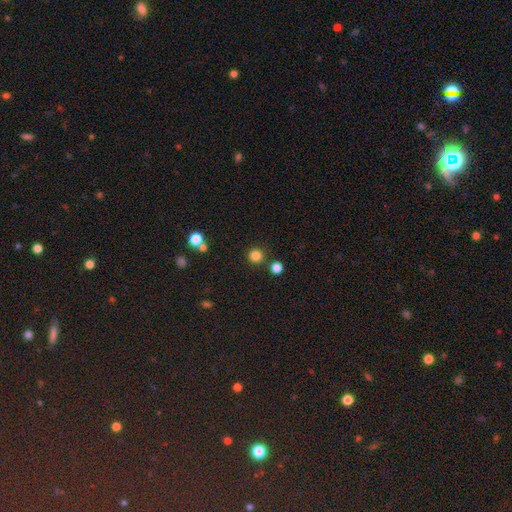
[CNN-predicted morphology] Overall: smooth (82%). How rounded: round (94%). Merging: none (86%).